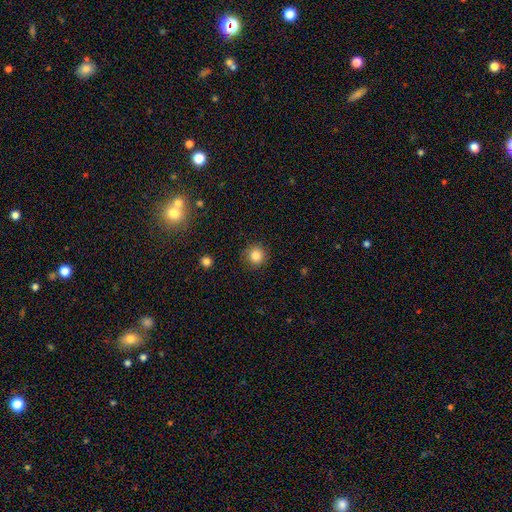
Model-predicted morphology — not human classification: smooth_or_featured: smooth (p=0.84) [alt: star or artifact p=0.11]
how_rounded: round (p=0.93) [alt: in between p=0.06]
merging: none (p=0.87) [alt: minor disturbance p=0.09]